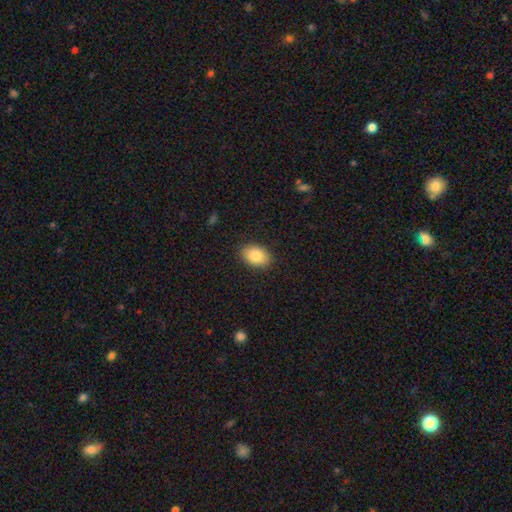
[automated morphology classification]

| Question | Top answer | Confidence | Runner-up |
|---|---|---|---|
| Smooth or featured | smooth | 85% | featured or disk (8%) |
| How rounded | in between | 85% | round (14%) |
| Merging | none | 88% | minor disturbance (8%) |